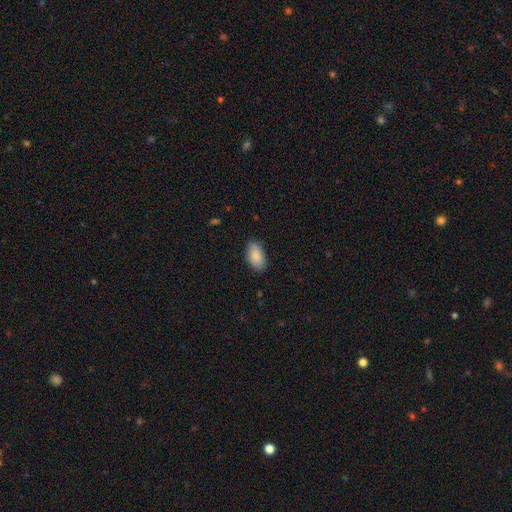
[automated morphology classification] A smooth galaxy with no disk features (88%) that is in between round and cigar-shaped (94%). Merging: none (82%).